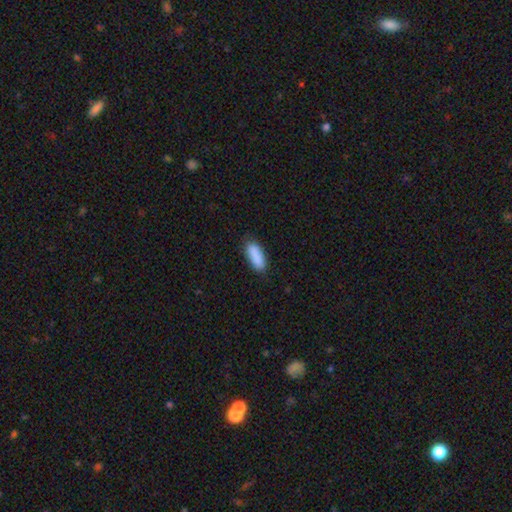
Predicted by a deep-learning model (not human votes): smooth-or-featured: smooth: 89% | star or artifact: 6% | featured or disk: 4%
  how-rounded: in between: 73% | cigar-shaped: 25% | round: 2%
  merging: none: 83% | minor disturbance: 13% | major disturbance: 2% | merger: 1%